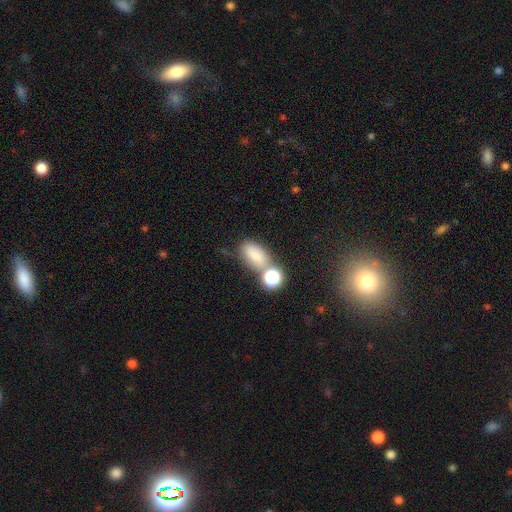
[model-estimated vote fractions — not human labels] Morphology: type=smooth (75%); roundness=in between (81%); merging=none (52%).